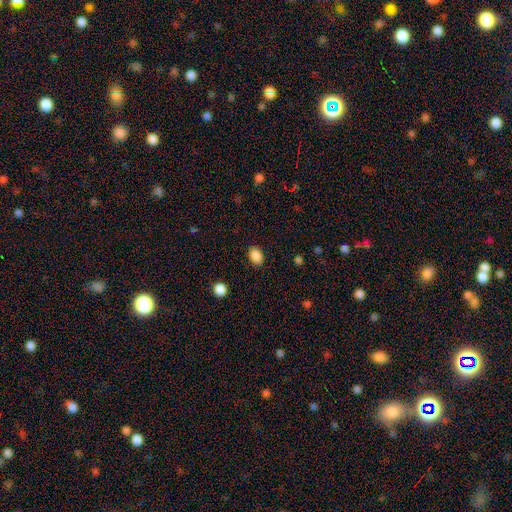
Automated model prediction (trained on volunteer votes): Q: Smooth or featured?
A: smooth (88%); runner-up: star or artifact (9%)
Q: How rounded?
A: in between (81%); runner-up: round (18%)
Q: Merging?
A: none (88%); runner-up: minor disturbance (9%)